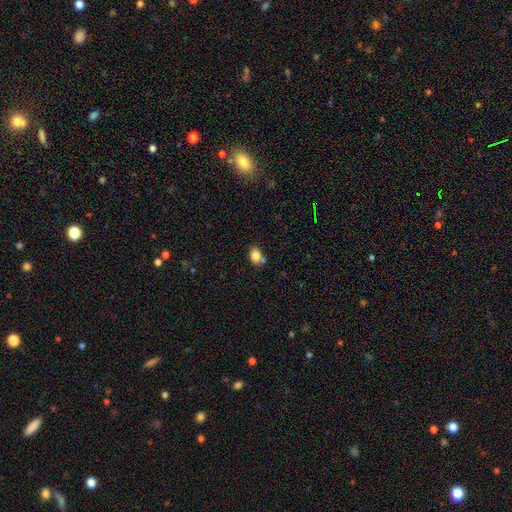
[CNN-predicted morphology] Smooth or featured? Predicted: smooth (p=0.83). How rounded? Predicted: in between (p=0.75). Merging? Predicted: none (p=0.62).